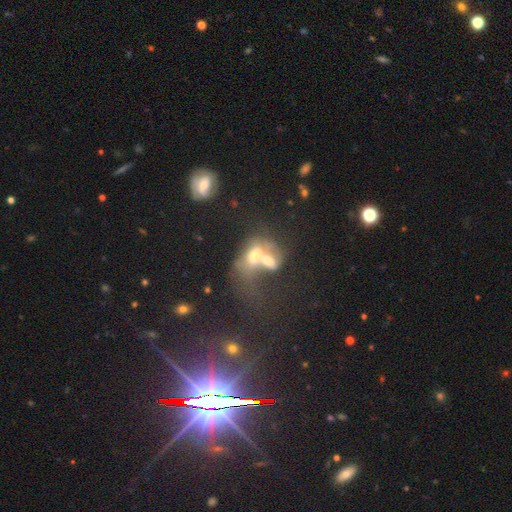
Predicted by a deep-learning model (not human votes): This appears to be a smooth galaxy with no disk features (44%). Merging: merger (75%).